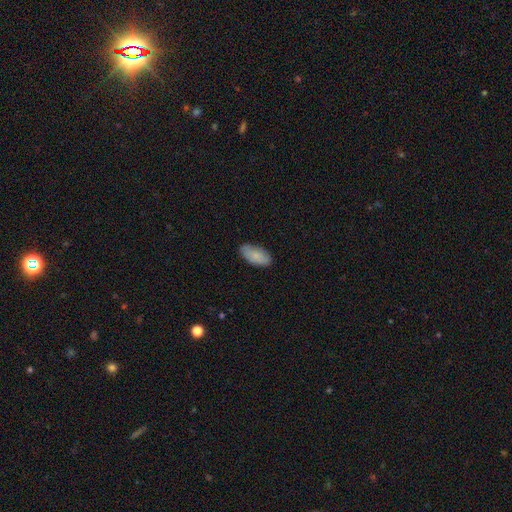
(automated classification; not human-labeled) smooth_or_featured: smooth (p=0.84) [alt: featured or disk p=0.10]
how_rounded: in between (p=0.92) [alt: cigar-shaped p=0.06]
merging: none (p=0.83) [alt: minor disturbance p=0.14]